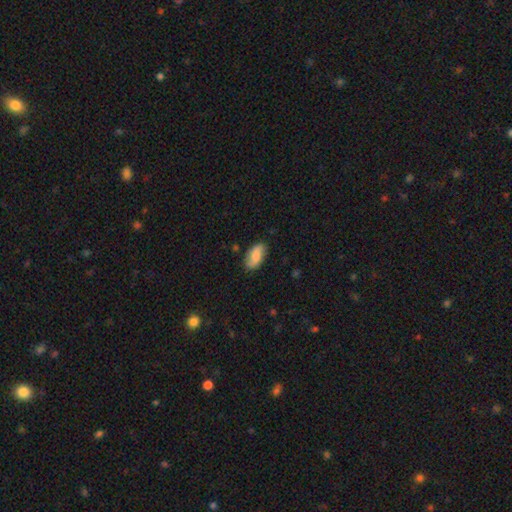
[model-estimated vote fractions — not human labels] Smooth or featured?
  - smooth: 67% *
  - featured or disk: 26%
  - star or artifact: 7%
How rounded?
  - in between: 92% *
  - cigar-shaped: 4%
  - round: 4%
Merging?
  - none: 80% *
  - minor disturbance: 15%
  - major disturbance: 3%
  - merger: 2%